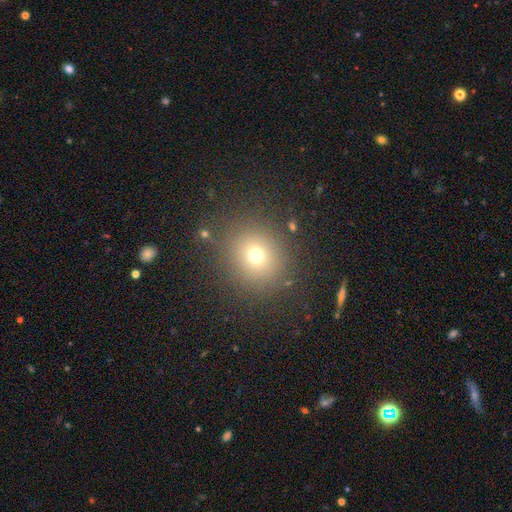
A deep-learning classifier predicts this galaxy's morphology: Smooth or featured? Predicted: smooth (p=0.70). How rounded? Predicted: round (p=0.87). Merging? Predicted: none (p=0.84).